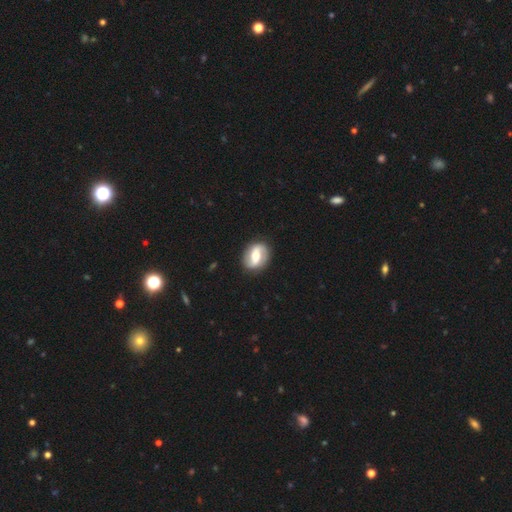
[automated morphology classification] This is likely a featured or disk galaxy (73%). It is clearly not viewed edge-on (96%). Bar: marginally strong (42%). Spiral arm pattern: clearly yes (85%). Spiral arm count: clearly 2 (90%). Spiral winding: marginally loose (42%). Central bulge: likely moderate (67%). Merging: clearly none (87%).